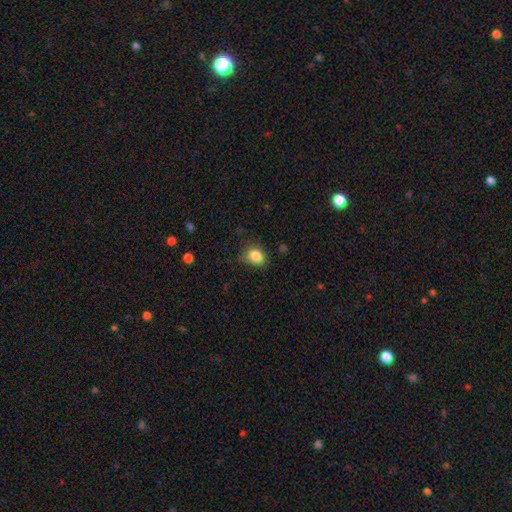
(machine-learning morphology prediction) smooth-or-featured: smooth: 85% | star or artifact: 10% | featured or disk: 5%
  how-rounded: round: 53% | in between: 46% | cigar-shaped: 1%
  merging: none: 73% | minor disturbance: 21% | major disturbance: 5% | merger: 1%